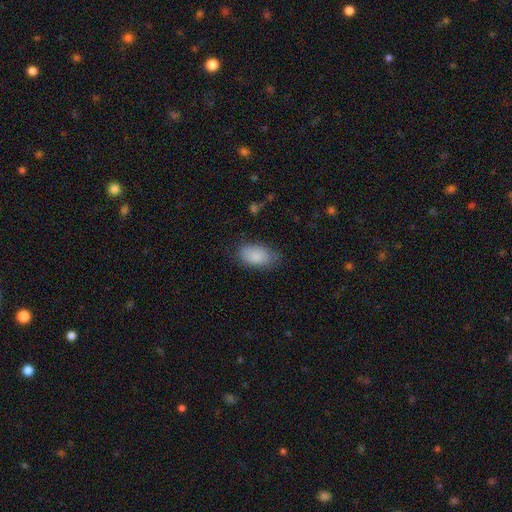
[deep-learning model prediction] Smooth or featured?
  - smooth: 86% *
  - star or artifact: 7%
  - featured or disk: 7%
How rounded?
  - in between: 93% *
  - round: 5%
  - cigar-shaped: 2%
Merging?
  - none: 72% *
  - minor disturbance: 21%
  - major disturbance: 5%
  - merger: 1%